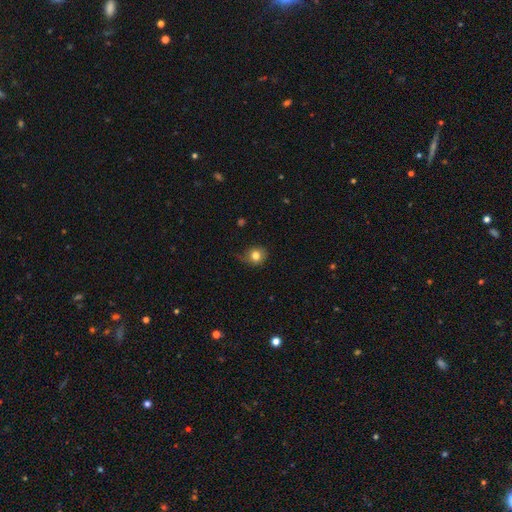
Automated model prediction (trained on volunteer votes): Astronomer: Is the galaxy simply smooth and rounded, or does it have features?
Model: smooth — 80%.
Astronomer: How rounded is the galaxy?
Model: round — 84%.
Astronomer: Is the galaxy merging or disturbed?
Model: none — 63%.